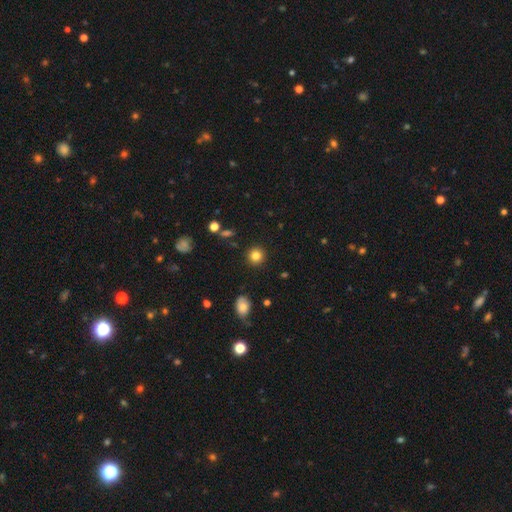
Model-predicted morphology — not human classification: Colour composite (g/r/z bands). It shows a smooth galaxy with no disk features (83%) that is round (92%). Merging: none (91%).